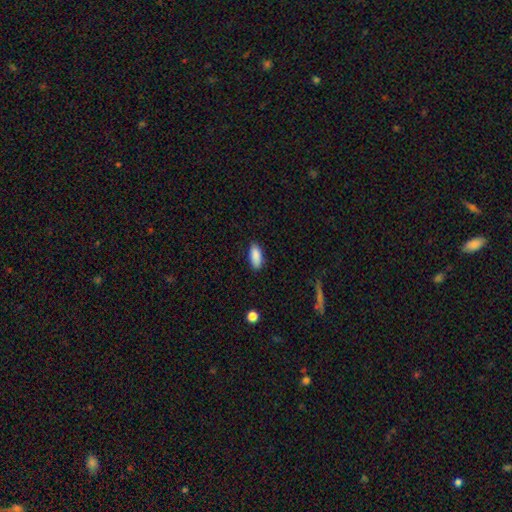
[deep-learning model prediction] Q: Smooth or featured?
A: smooth (89%); runner-up: star or artifact (7%)
Q: How rounded?
A: in between (86%); runner-up: cigar-shaped (12%)
Q: Merging?
A: none (84%); runner-up: minor disturbance (13%)